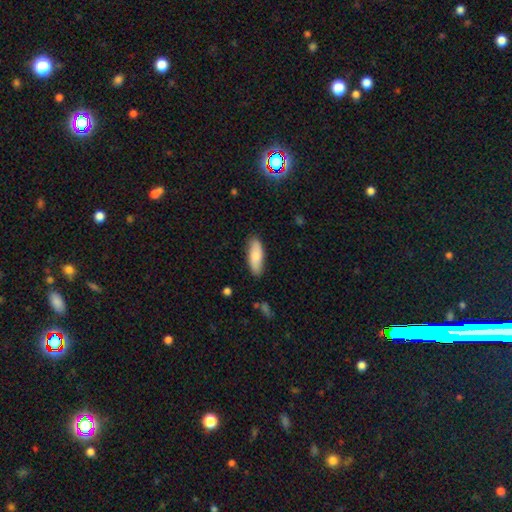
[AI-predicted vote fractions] smooth 78%, featured or disk 16%, star or artifact 6%. Down the decision tree: how rounded — in between (63%); merging — none (86%).